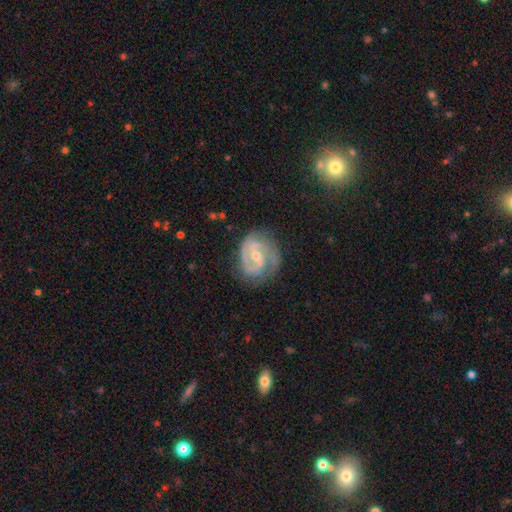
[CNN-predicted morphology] featured or disk 88%, smooth 7%, star or artifact 6%. Down the decision tree: edge-on disk — no (98%); bar — weak (46%); spiral arms — yes (96%); spiral arm count — 2 (78%); spiral winding — tight (47%); bulge size — small (49%); merging — none (73%).